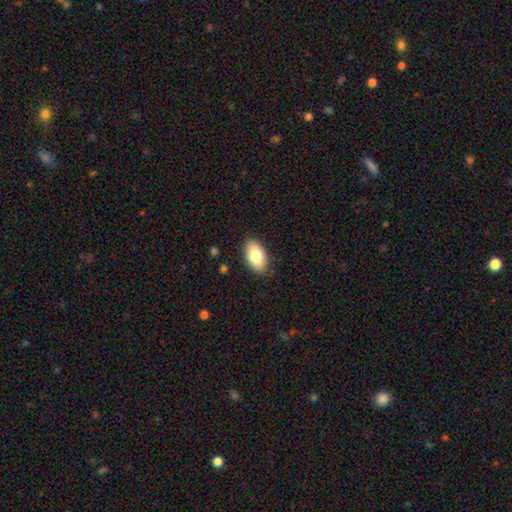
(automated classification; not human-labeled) Smooth or featured? smooth (79%)
How rounded? in between (93%)
Merging? none (85%)